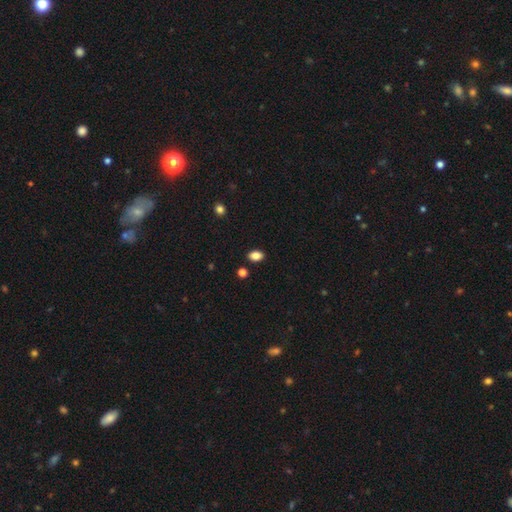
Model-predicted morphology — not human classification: smooth 85%, star or artifact 10%, featured or disk 5%. Down the decision tree: how rounded — in between (83%); merging — none (87%).